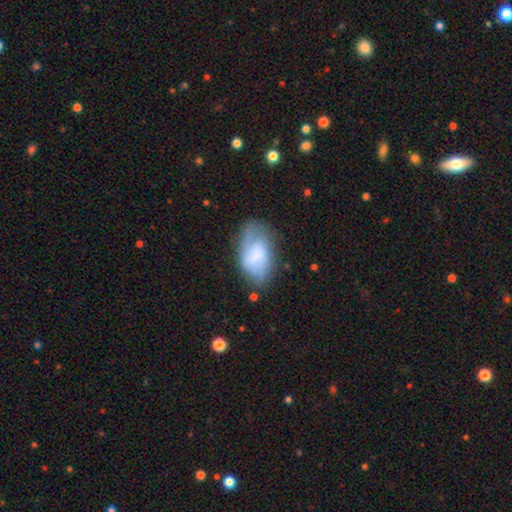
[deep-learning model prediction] smooth 57%, featured or disk 35%, star or artifact 8%. Down the decision tree: how rounded — in between (92%); merging — none (52%).